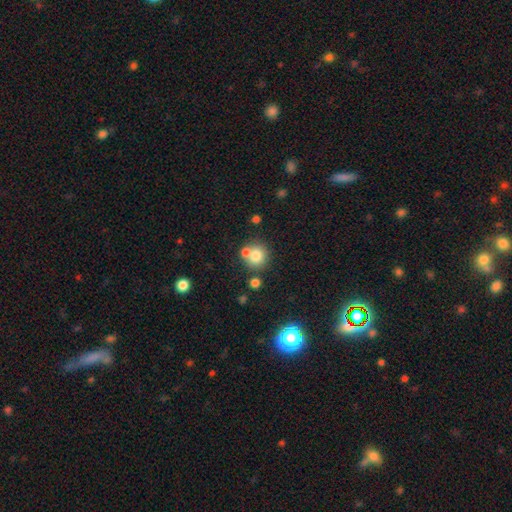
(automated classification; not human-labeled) smooth-or-featured: smooth: 77% | star or artifact: 11% | featured or disk: 11%
  how-rounded: round: 87% | in between: 12% | cigar-shaped: 1%
  merging: none: 58% | merger: 30% | minor disturbance: 9% | major disturbance: 3%